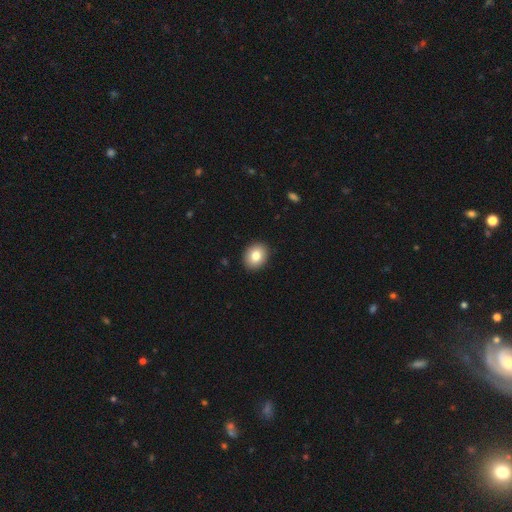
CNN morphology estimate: A smooth galaxy with no disk features (82%) that is round (56%).

Vote fractions:
- Smooth or featured? smooth: 82% / featured or disk: 10% / star or artifact: 9%
- How rounded? round: 56% / in between: 43% / cigar-shaped: 1%
- Merging? none: 91% / minor disturbance: 7% / major disturbance: 2% / merger: 1%